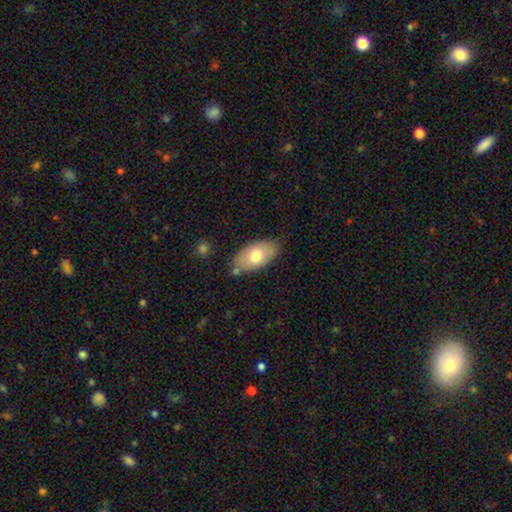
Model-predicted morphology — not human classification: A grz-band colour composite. It shows a smooth galaxy with no disk features (70%) that is in between round and cigar-shaped (93%). Merging: none (73%).